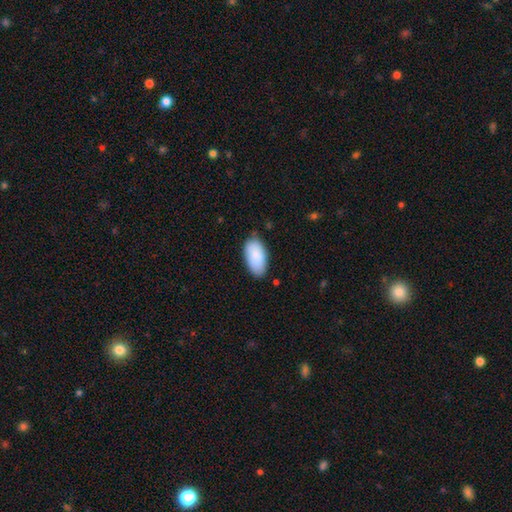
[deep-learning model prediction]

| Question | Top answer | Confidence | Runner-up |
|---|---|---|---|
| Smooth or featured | smooth | 88% | featured or disk (6%) |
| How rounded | in between | 95% | cigar-shaped (3%) |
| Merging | none | 76% | minor disturbance (19%) |